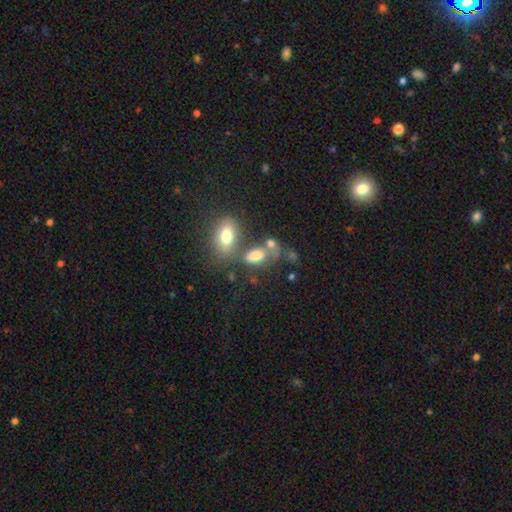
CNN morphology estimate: Overall: smooth (73%). How rounded: in between (87%). Merging: none (41%; merger 33%).